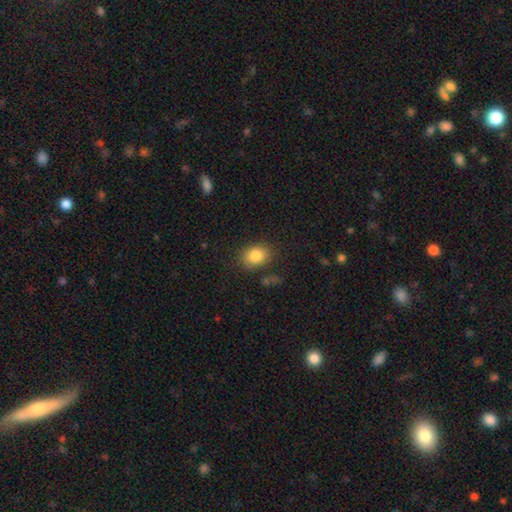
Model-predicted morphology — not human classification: This is clearly a smooth galaxy (84%). How rounded: possibly in between (60%). Merging: likely none (78%).